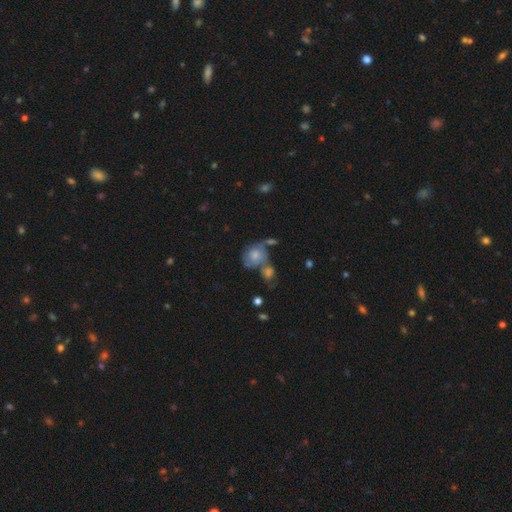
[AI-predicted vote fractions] A smooth galaxy with no disk features (51%) that is round (59%).

Vote fractions:
- Smooth or featured? smooth: 51% / featured or disk: 40% / star or artifact: 9%
- How rounded? round: 59% / in between: 40% / cigar-shaped: 1%
- Merging? merger: 39% / none: 32% / minor disturbance: 17% / major disturbance: 12%